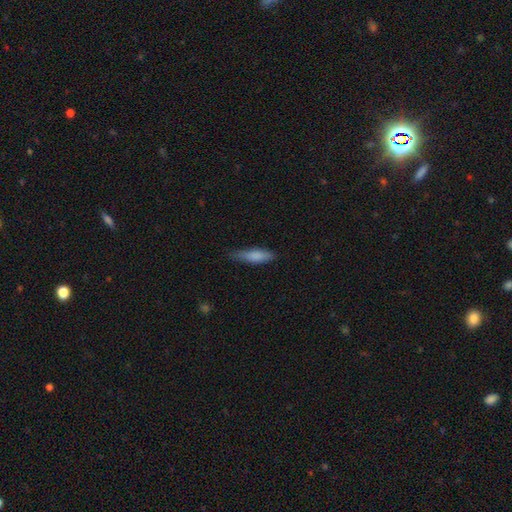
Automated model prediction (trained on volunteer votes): smooth 81%, featured or disk 13%, star or artifact 6%. Down the decision tree: how rounded — cigar-shaped (66%); merging — none (71%).